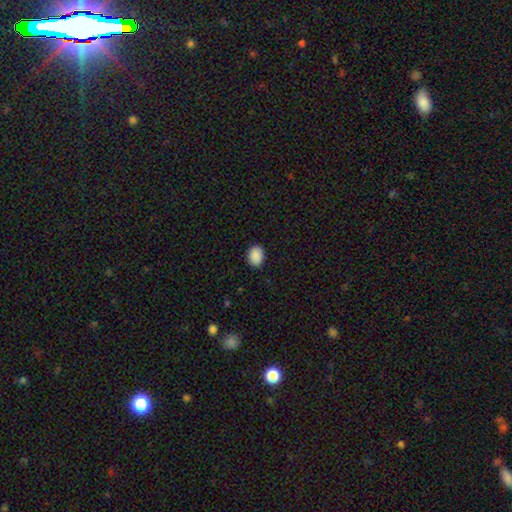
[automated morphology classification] type=smooth (90%); roundness=in between (62%); merging=none (89%).